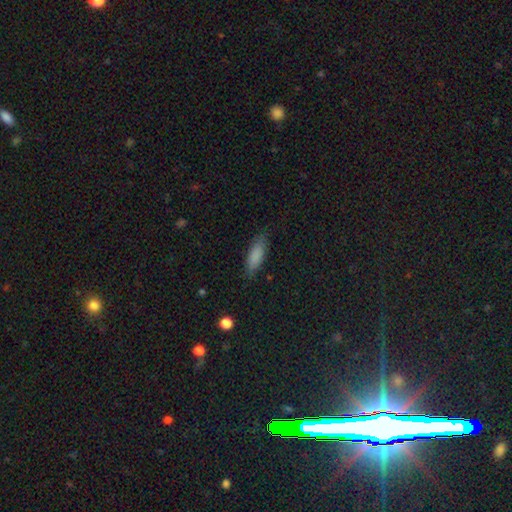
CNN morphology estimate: A smooth galaxy with no disk features (85%) that is in between round and cigar-shaped (61%).

Vote fractions:
- Smooth or featured? smooth: 85% / featured or disk: 8% / star or artifact: 7%
- How rounded? in between: 61% / cigar-shaped: 37% / round: 2%
- Merging? none: 80% / minor disturbance: 15% / major disturbance: 3% / merger: 1%